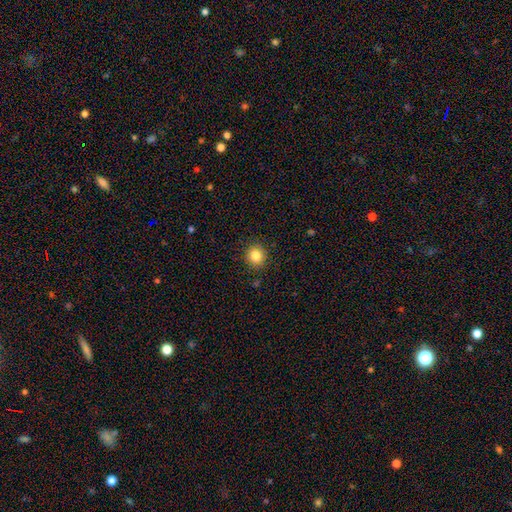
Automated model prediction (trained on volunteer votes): Smooth or featured? Predicted: smooth (p=0.84). How rounded? Predicted: round (p=0.87). Merging? Predicted: none (p=0.89).